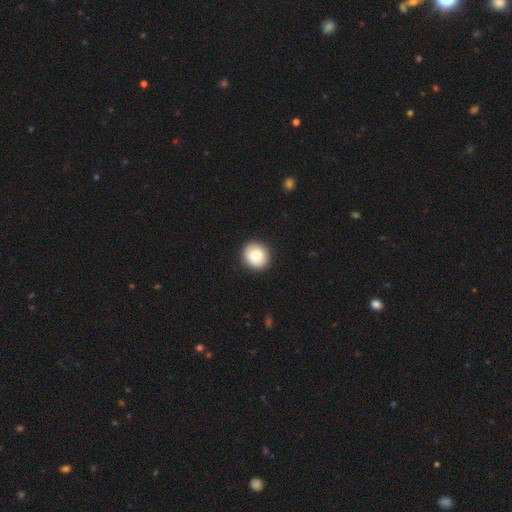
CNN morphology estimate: Smooth or featured? smooth (85%)
How rounded? round (89%)
Merging? none (89%)